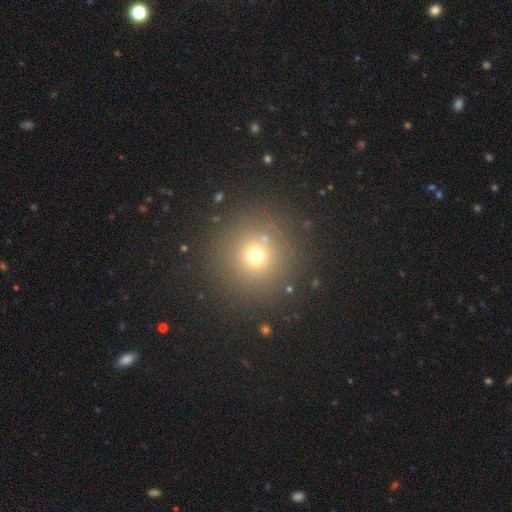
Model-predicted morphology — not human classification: Smooth or featured: smooth — 67% (star or artifact — 23%)
How rounded: round — 95% (in between — 4%)
Merging: none — 86% (minor disturbance — 7%)